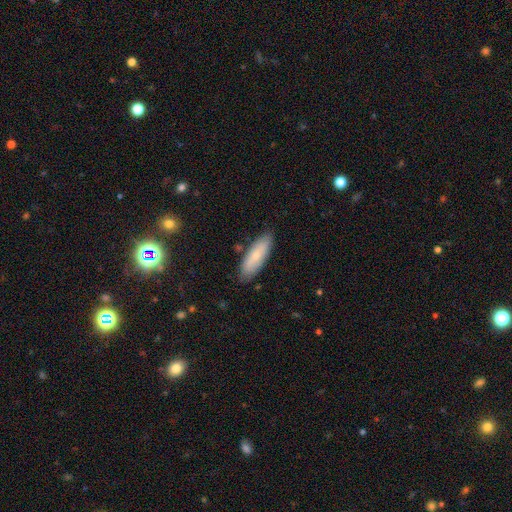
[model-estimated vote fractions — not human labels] smooth 72%, featured or disk 21%, star or artifact 6%. Down the decision tree: how rounded — in between (57%); merging — none (83%).